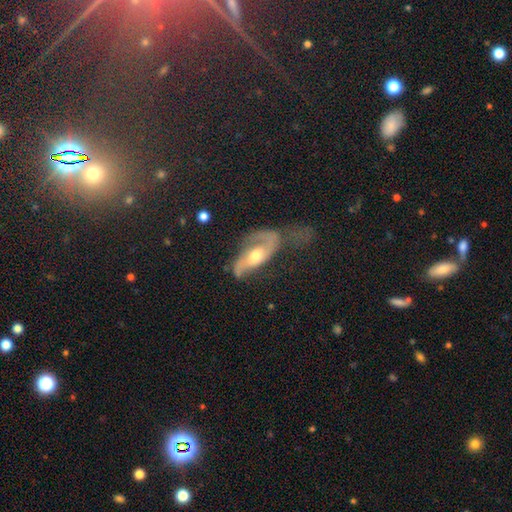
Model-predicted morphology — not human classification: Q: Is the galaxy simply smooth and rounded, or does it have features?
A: featured or disk — 75%.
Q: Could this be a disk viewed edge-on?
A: no — 89%.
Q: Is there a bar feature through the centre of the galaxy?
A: no — 53%.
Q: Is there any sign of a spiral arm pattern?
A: yes — 86%.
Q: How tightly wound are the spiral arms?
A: medium — 41%.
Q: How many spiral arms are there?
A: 2 — 73%.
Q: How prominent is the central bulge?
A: moderate — 71%.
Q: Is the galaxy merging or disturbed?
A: major disturbance — 35%, tied with none.